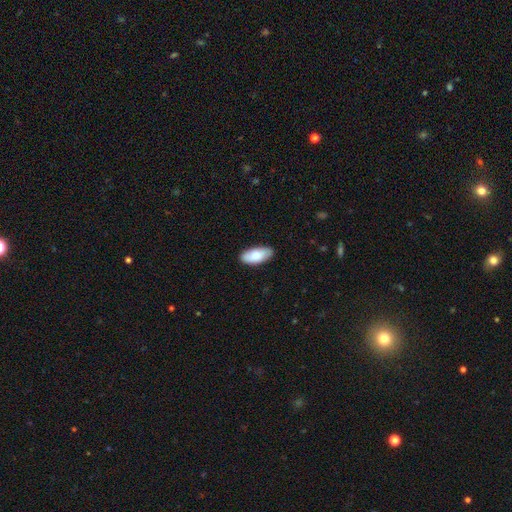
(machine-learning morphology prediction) This appears to be a smooth galaxy with no disk features (80%) that is in between round and cigar-shaped (90%). Merging: none (86%).